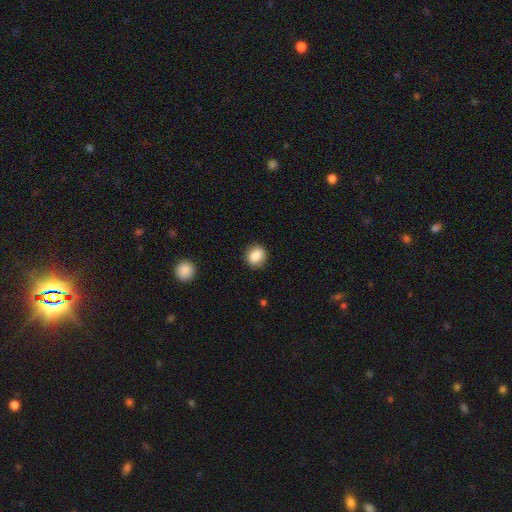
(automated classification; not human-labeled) smooth-or-featured: smooth: 86% | star or artifact: 8% | featured or disk: 6%
  how-rounded: round: 74% | in between: 25% | cigar-shaped: 1%
  merging: none: 88% | minor disturbance: 9% | major disturbance: 2% | merger: 1%